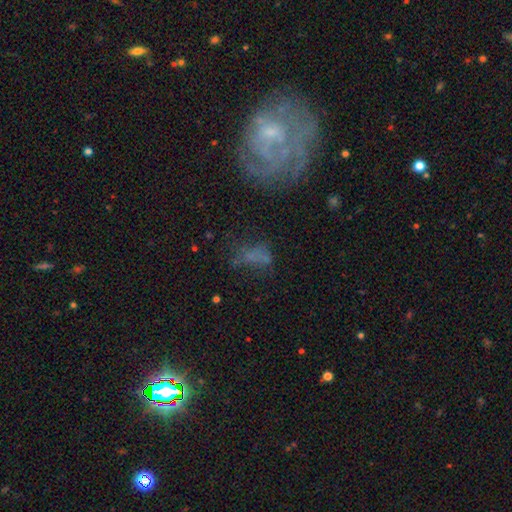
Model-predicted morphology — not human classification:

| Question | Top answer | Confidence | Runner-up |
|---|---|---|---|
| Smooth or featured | smooth | 40% | featured or disk (37%) |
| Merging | none | 41% | major disturbance (30%) |